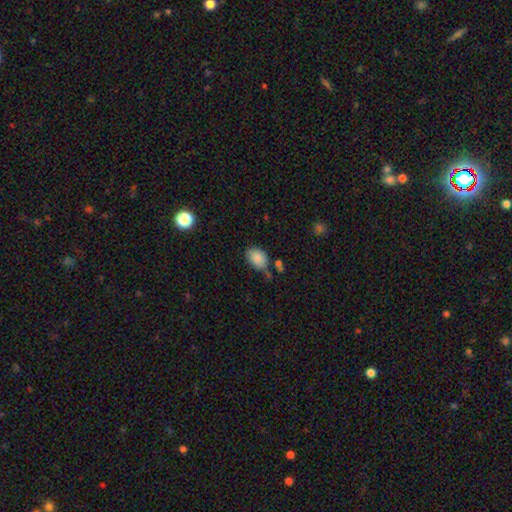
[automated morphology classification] smooth 85%, star or artifact 9%, featured or disk 6%. Down the decision tree: how rounded — in between (80%); merging — none (56%).